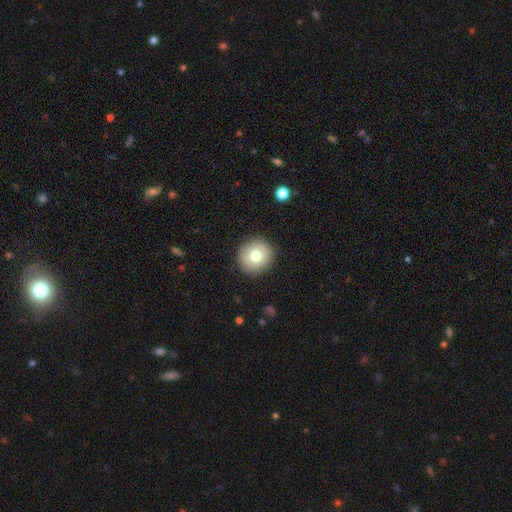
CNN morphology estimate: Smooth or featured? smooth (73%)
How rounded? round (94%)
Merging? none (91%)